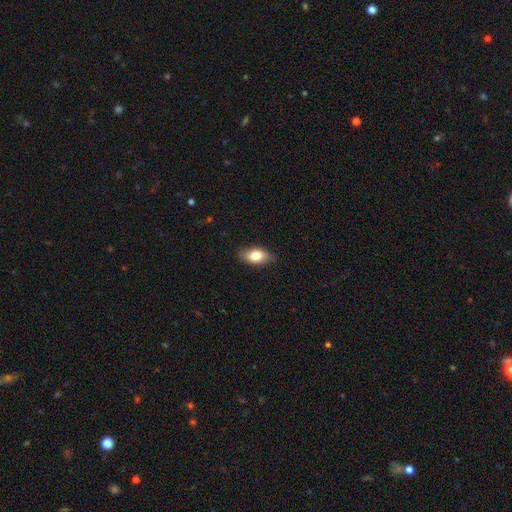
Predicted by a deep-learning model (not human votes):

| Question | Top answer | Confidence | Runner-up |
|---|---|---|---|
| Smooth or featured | smooth | 81% | featured or disk (12%) |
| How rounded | in between | 90% | round (6%) |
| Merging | none | 83% | minor disturbance (13%) |